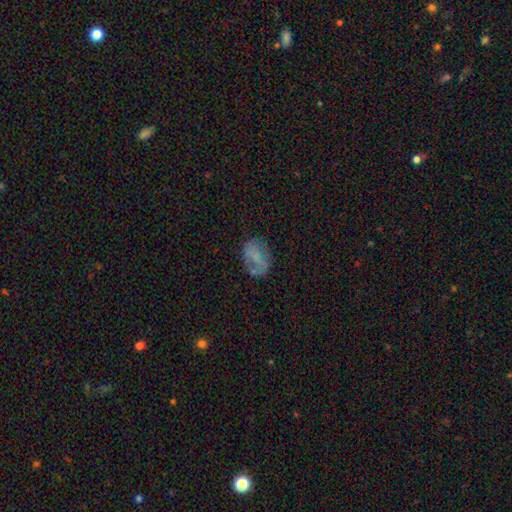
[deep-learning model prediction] Q: Smooth or featured?
A: smooth (57%); runner-up: featured or disk (31%)
Q: How rounded?
A: in between (82%); runner-up: round (16%)
Q: Merging?
A: none (53%); runner-up: minor disturbance (25%)